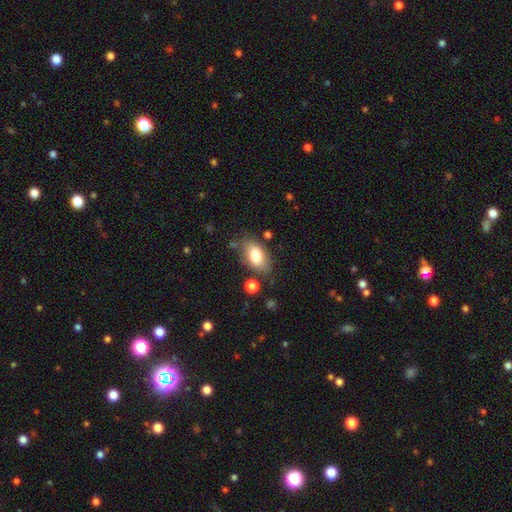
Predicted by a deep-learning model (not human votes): smooth_or_featured: smooth (p=0.79) [alt: featured or disk p=0.14]
how_rounded: in between (p=0.90) [alt: round p=0.07]
merging: none (p=0.75) [alt: minor disturbance p=0.16]